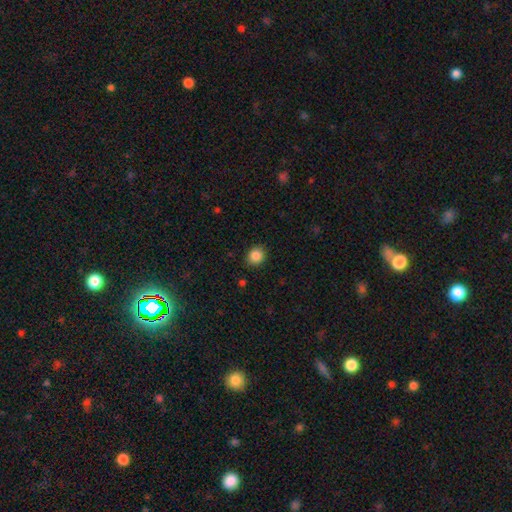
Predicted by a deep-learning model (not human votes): smooth 86%, star or artifact 10%, featured or disk 4%. Down the decision tree: how rounded — round (68%); merging — none (88%).